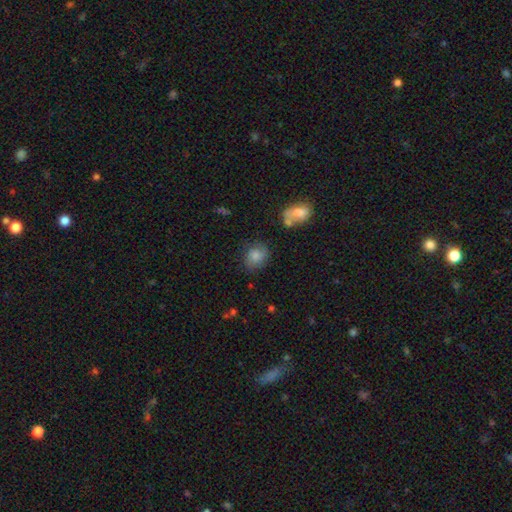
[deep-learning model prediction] smooth_or_featured: smooth (p=0.74) [alt: featured or disk p=0.16]
how_rounded: round (p=0.59) [alt: in between p=0.40]
merging: none (p=0.68) [alt: minor disturbance p=0.21]